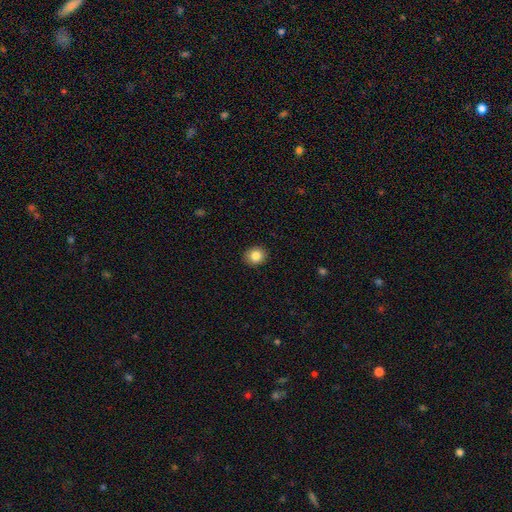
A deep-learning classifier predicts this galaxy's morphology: Smooth or featured?
  - smooth: 85% *
  - star or artifact: 9%
  - featured or disk: 6%
How rounded?
  - round: 76% *
  - in between: 23%
  - cigar-shaped: 1%
Merging?
  - none: 91% *
  - minor disturbance: 6%
  - major disturbance: 2%
  - merger: 1%